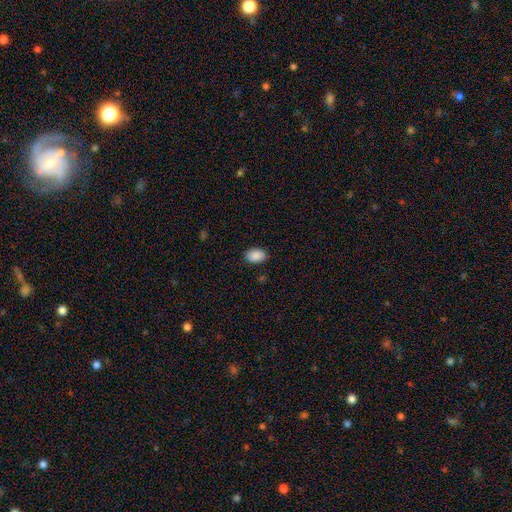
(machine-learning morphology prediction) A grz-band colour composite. It shows a smooth galaxy with no disk features (90%) that is in between round and cigar-shaped (84%). Merging: none (87%).